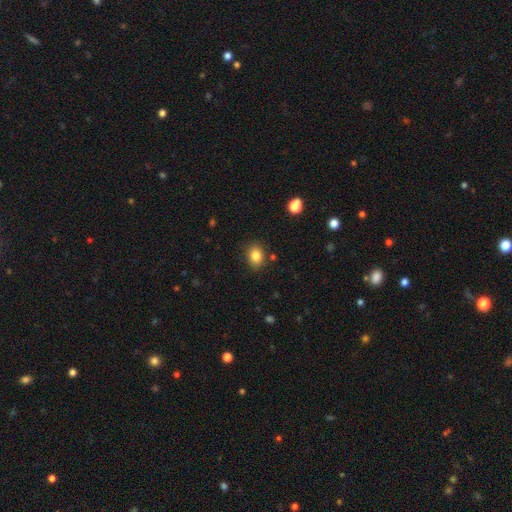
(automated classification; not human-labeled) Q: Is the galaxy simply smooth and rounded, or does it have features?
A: smooth — 83%.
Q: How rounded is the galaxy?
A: in between — 51%.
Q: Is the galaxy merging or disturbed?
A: none — 84%.